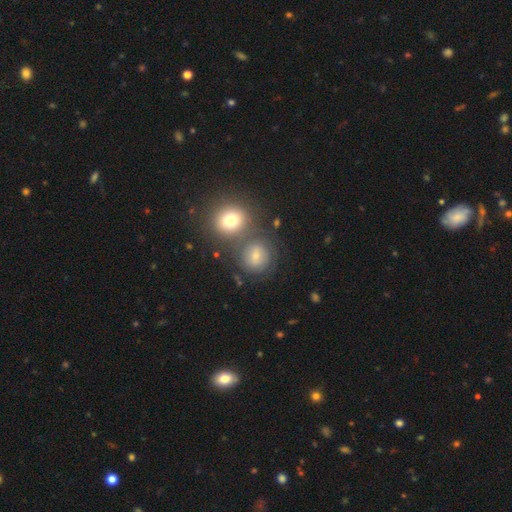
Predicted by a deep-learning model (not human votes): Q: Smooth or featured?
A: smooth (71%); runner-up: featured or disk (16%)
Q: How rounded?
A: round (82%); runner-up: in between (17%)
Q: Merging?
A: none (61%); runner-up: merger (22%)